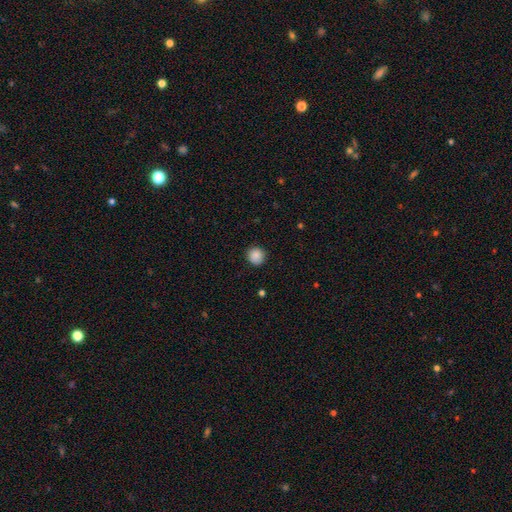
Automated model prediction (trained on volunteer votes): The model was most divided on "smooth or featured": smooth: 87%, star or artifact: 9%, featured or disk: 4%. More confident: how rounded — round (93%); merging — none (89%).